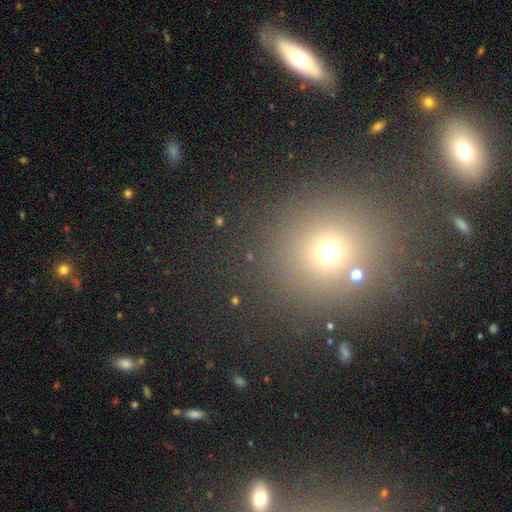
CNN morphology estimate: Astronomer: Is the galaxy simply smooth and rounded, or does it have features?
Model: smooth — 54% (runner-up: star or artifact, 36%).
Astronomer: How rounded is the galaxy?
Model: round — 86%.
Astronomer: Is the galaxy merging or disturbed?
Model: none — 81%.